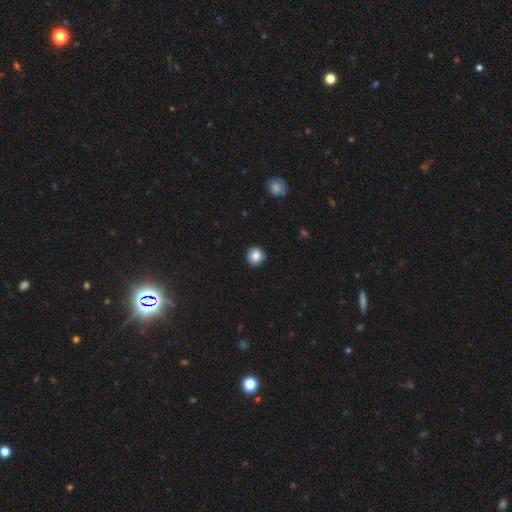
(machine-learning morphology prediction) This is clearly a smooth galaxy (84%). How rounded: clearly round (93%). Merging: clearly none (91%).